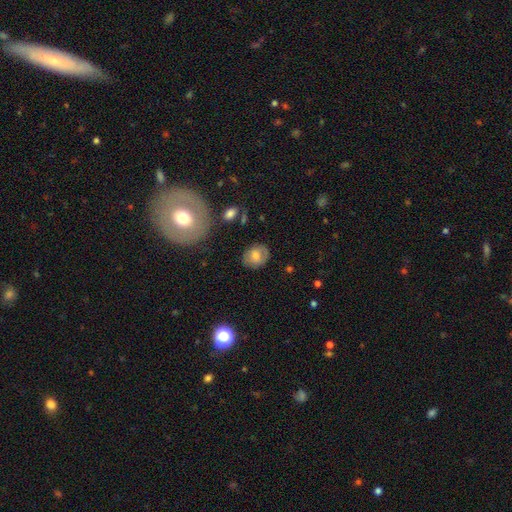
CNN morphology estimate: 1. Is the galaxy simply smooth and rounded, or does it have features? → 67% smooth, 24% featured or disk, 9% star or artifact.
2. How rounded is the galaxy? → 65% round, 34% in between, 1% cigar-shaped.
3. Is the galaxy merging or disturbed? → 81% none, 13% minor disturbance, 4% major disturbance, 2% merger.